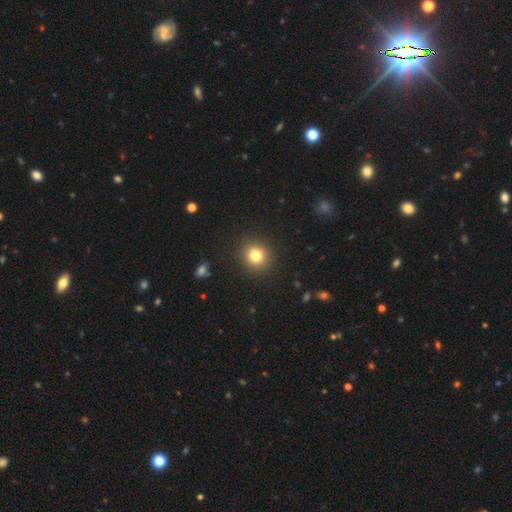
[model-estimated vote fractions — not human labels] smooth_or_featured: smooth (p=0.79) [alt: star or artifact p=0.13]
how_rounded: round (p=0.85) [alt: in between p=0.14]
merging: none (p=0.89) [alt: minor disturbance p=0.07]